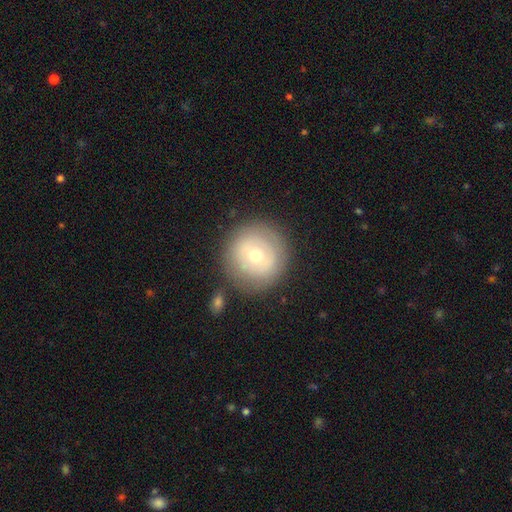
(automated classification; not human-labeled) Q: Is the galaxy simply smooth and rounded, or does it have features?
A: smooth — 53%.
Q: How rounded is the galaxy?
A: round — 95%.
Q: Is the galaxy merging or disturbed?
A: none — 82%.